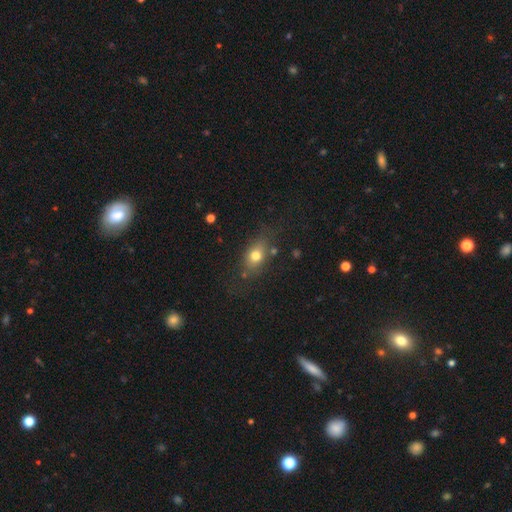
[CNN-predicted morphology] A smooth galaxy with no disk features (73%) that is in between round and cigar-shaped (69%).

Vote fractions:
- Smooth or featured? smooth: 73% / featured or disk: 16% / star or artifact: 11%
- How rounded? in between: 69% / round: 23% / cigar-shaped: 7%
- Merging? none: 72% / minor disturbance: 18% / major disturbance: 7% / merger: 4%